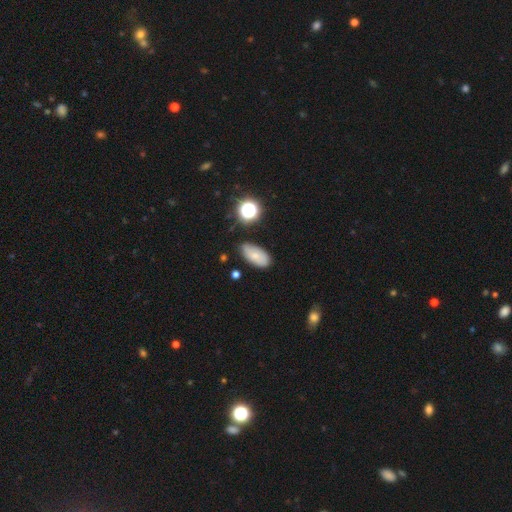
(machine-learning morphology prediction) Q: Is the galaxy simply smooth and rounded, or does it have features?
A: smooth — 71%.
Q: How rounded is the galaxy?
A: in between — 91%.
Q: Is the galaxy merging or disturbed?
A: none — 72%.